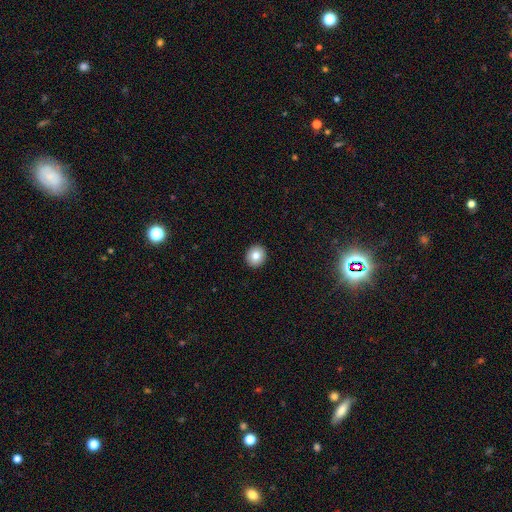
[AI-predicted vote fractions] A smooth galaxy with no disk features (82%) that is round (87%).

Vote fractions:
- Smooth or featured? smooth: 82% / star or artifact: 9% / featured or disk: 9%
- How rounded? round: 87% / in between: 12% / cigar-shaped: 1%
- Merging? none: 93% / minor disturbance: 5% / major disturbance: 1% / merger: 1%